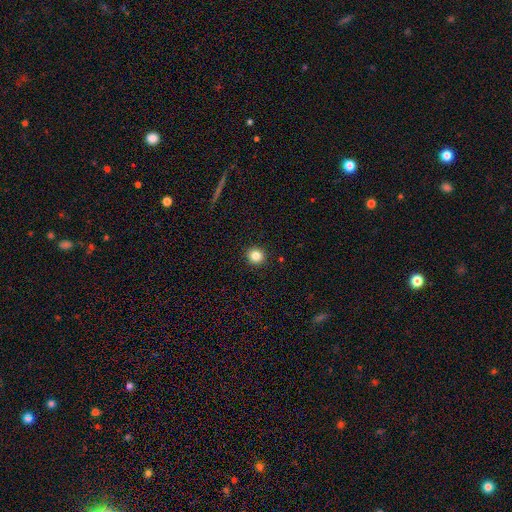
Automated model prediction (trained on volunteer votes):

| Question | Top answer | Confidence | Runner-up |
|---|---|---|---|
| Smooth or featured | smooth | 84% | star or artifact (11%) |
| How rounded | round | 93% | in between (6%) |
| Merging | none | 93% | minor disturbance (5%) |